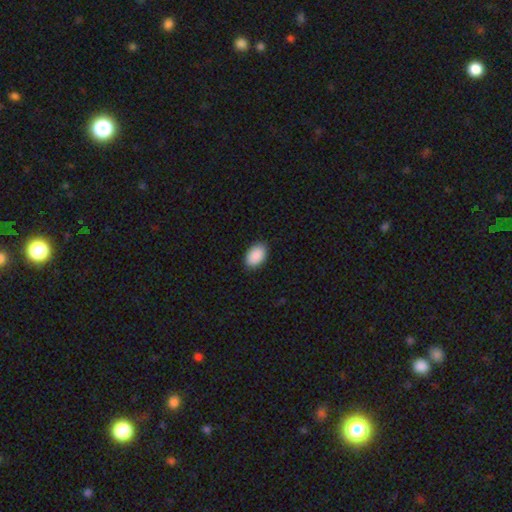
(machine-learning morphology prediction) Smooth or featured?
  - smooth: 91% *
  - star or artifact: 6%
  - featured or disk: 2%
How rounded?
  - in between: 92% *
  - round: 7%
  - cigar-shaped: 1%
Merging?
  - none: 88% *
  - minor disturbance: 10%
  - major disturbance: 2%
  - merger: 1%